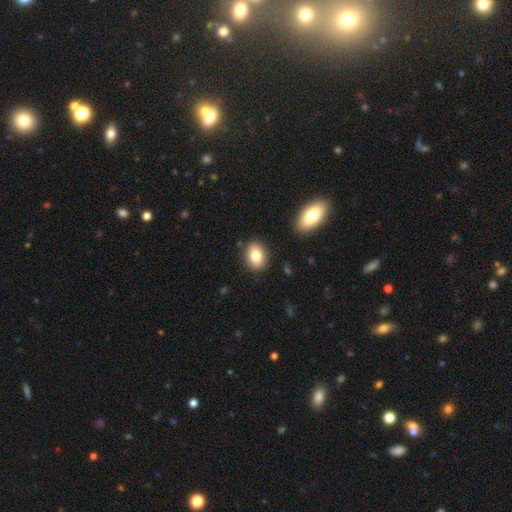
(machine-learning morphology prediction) smooth 82%, featured or disk 9%, star or artifact 9%. Down the decision tree: how rounded — in between (66%); merging — none (85%).